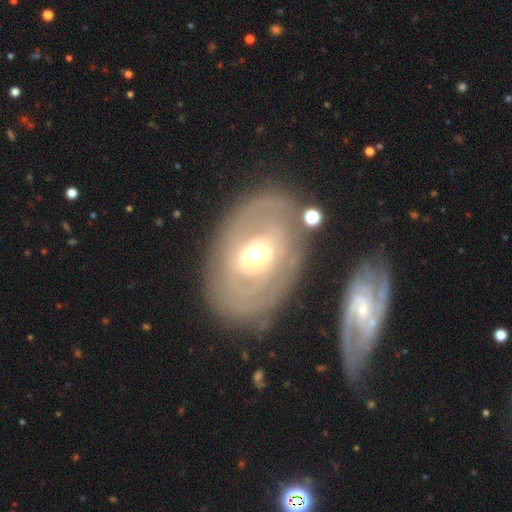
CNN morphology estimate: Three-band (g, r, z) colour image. It shows a featured or disk galaxy (69%) with no bar (55%), no spiral arms (51%) and a moderate central bulge (67%). Merging: none (76%).